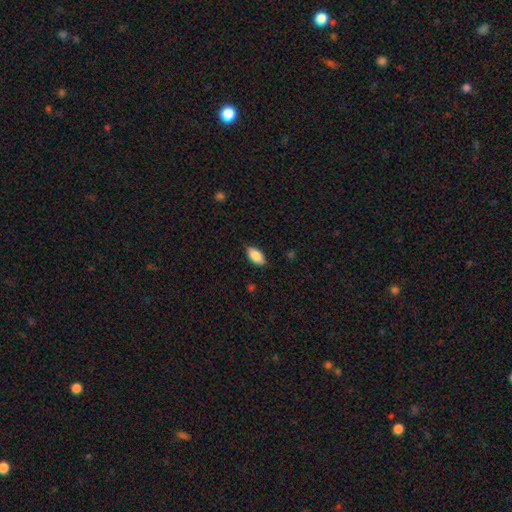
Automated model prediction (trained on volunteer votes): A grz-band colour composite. It shows a smooth galaxy with no disk features (86%) that is in between round and cigar-shaped (92%). Merging: none (83%).